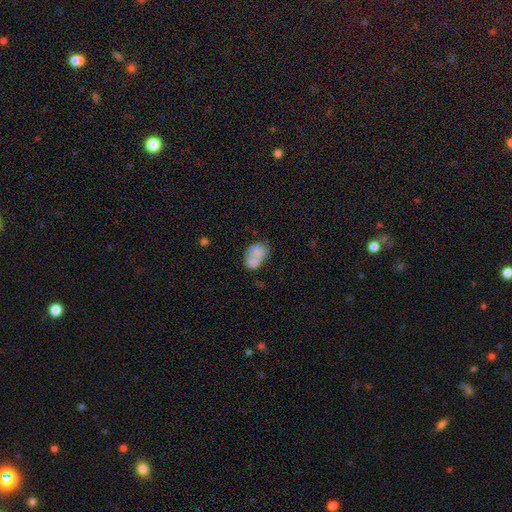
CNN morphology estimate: This is likely a smooth galaxy (74%). How rounded: likely in between (74%). Merging: marginally merger (44%).